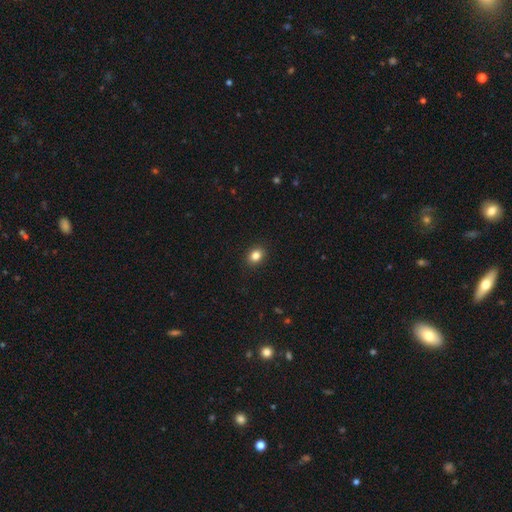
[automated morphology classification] Q: Smooth or featured?
A: smooth (84%); runner-up: star or artifact (11%)
Q: How rounded?
A: in between (50%); runner-up: round (49%)
Q: Merging?
A: none (90%); runner-up: minor disturbance (7%)